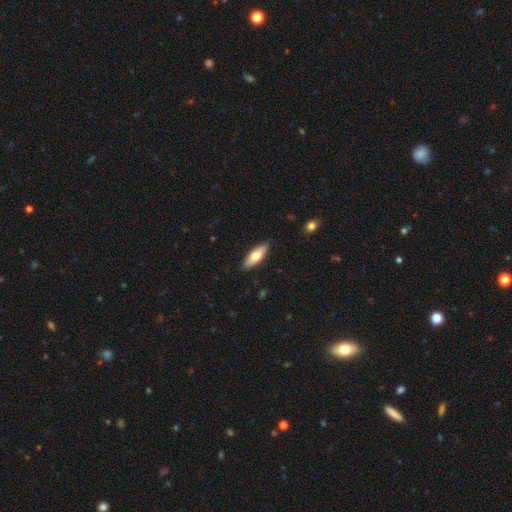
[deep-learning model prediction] This appears to be a smooth galaxy with no disk features (70%) that is in between round and cigar-shaped (56%). Merging: none (89%).